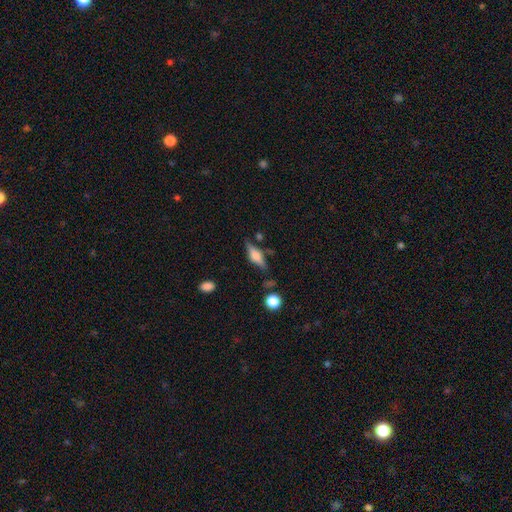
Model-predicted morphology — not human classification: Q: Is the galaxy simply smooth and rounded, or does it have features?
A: featured or disk — 55%.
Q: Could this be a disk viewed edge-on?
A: yes — 94%.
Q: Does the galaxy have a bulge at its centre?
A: rounded — 76%.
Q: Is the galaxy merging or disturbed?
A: none — 73%.